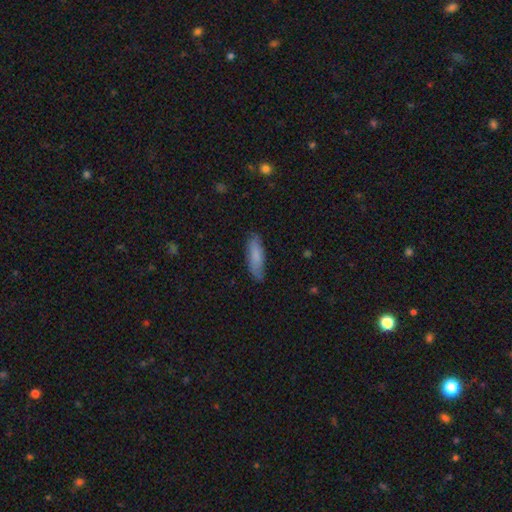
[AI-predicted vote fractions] Smooth or featured? Predicted: smooth (p=0.77). How rounded? Predicted: cigar-shaped (p=0.56). Merging? Predicted: none (p=0.80).